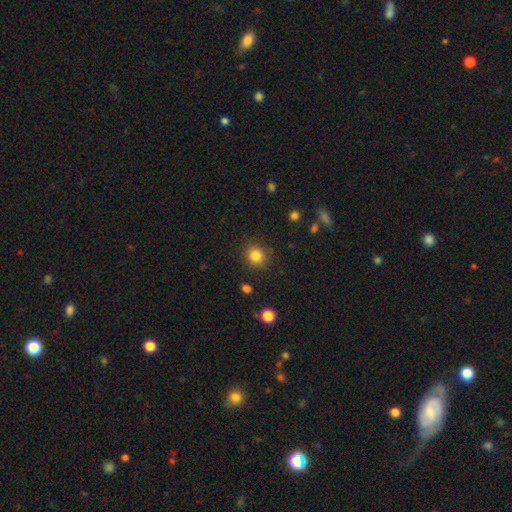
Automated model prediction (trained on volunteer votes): The model was most divided on "smooth or featured": smooth: 83%, star or artifact: 11%, featured or disk: 5%. More confident: merging — none (88%); how rounded — round (86%).